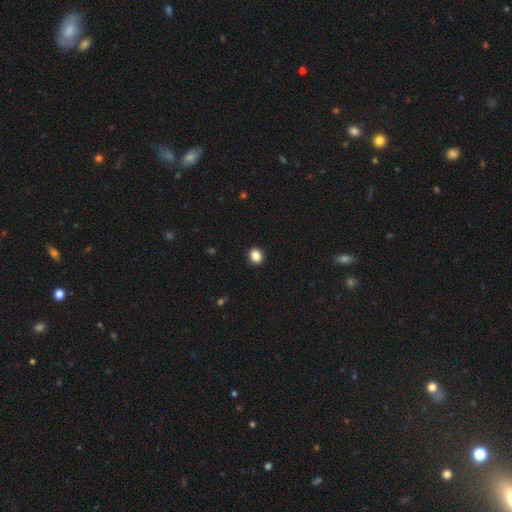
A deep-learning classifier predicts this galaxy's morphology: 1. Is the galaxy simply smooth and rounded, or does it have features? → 86% smooth, 10% star or artifact, 4% featured or disk.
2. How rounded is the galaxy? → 72% round, 27% in between, 1% cigar-shaped.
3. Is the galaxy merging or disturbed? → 92% none, 5% minor disturbance, 2% major disturbance, 1% merger.